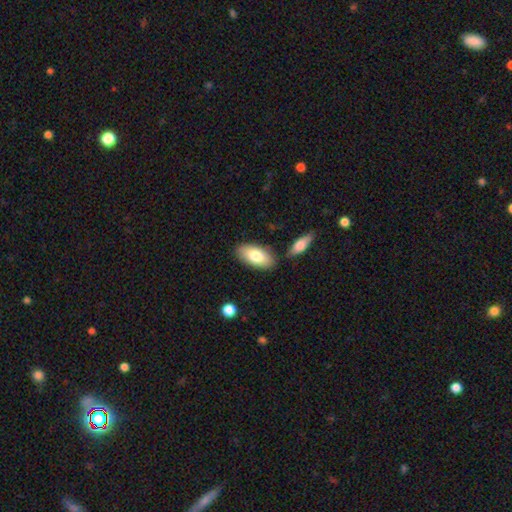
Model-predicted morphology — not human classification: type=smooth (79%); roundness=in between (92%); merging=none (79%).